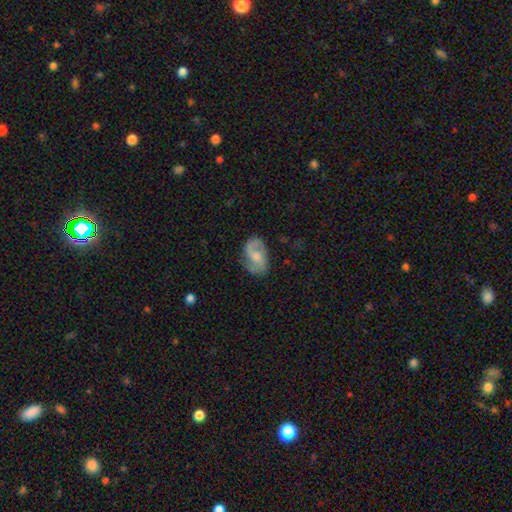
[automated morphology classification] smooth_or_featured: featured or disk (p=0.73) [alt: smooth p=0.20]
disk_edge_on: no (p=0.97) [alt: yes p=0.03]
bar: no (p=0.49) [alt: weak p=0.43]
has_spiral_arms: yes (p=0.92) [alt: no p=0.08]
spiral_winding: medium (p=0.48) [alt: loose p=0.34]
spiral_arm_count: 2 (p=0.86) [alt: can't tell p=0.06]
bulge_size: moderate (p=0.46) [alt: small p=0.26]
merging: none (p=0.72) [alt: minor disturbance p=0.19]